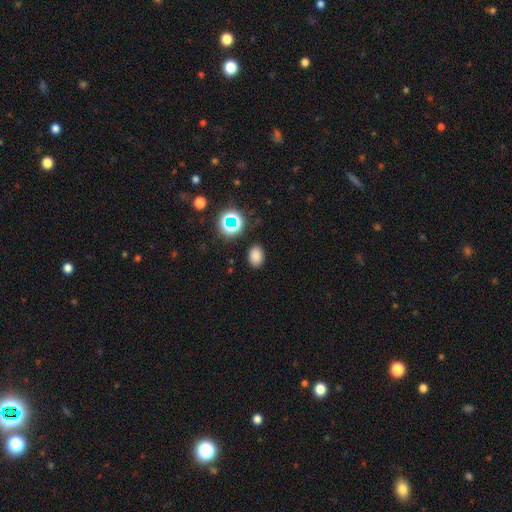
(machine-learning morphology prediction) smooth_or_featured: smooth (p=0.79) [alt: star or artifact p=0.16]
how_rounded: in between (p=0.76) [alt: round p=0.23]
merging: none (p=0.86) [alt: minor disturbance p=0.09]